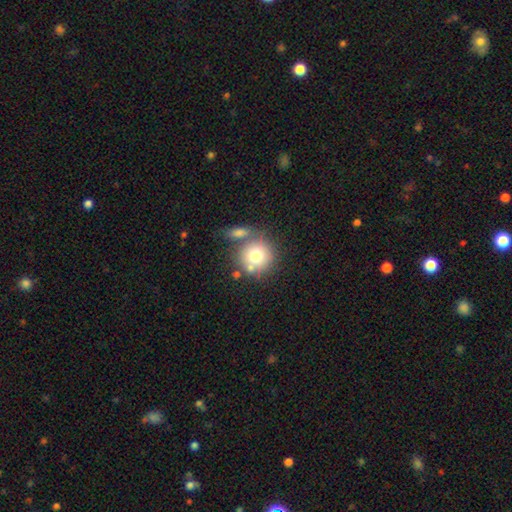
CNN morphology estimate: This appears to be a smooth galaxy with no disk features (74%) that is round (91%). Merging: none (59%).